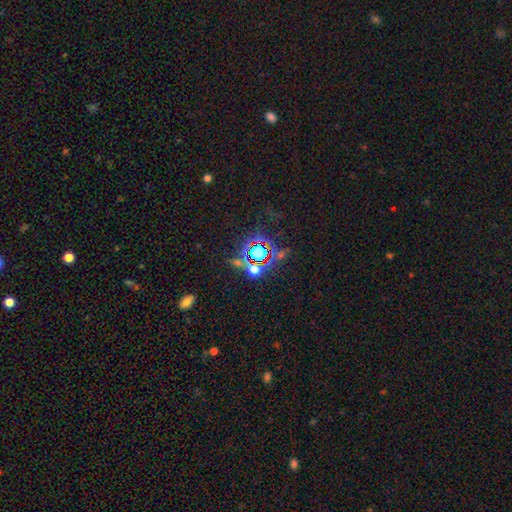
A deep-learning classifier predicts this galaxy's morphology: Smooth or featured? star or artifact (72%)